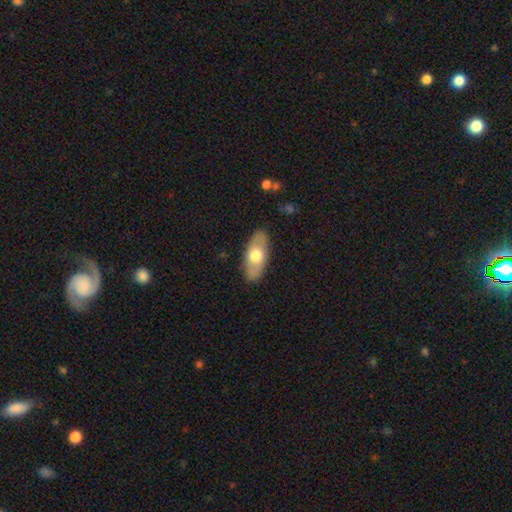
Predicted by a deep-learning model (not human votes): smooth_or_featured: smooth (p=0.59) [alt: featured or disk p=0.35]
how_rounded: in between (p=0.87) [alt: cigar-shaped p=0.09]
merging: none (p=0.86) [alt: minor disturbance p=0.10]